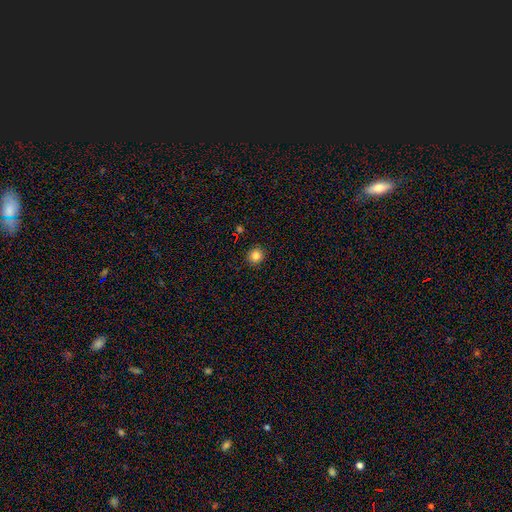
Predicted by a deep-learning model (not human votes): smooth_or_featured: smooth (p=0.83) [alt: star or artifact p=0.12]
how_rounded: round (p=0.90) [alt: in between p=0.09]
merging: none (p=0.91) [alt: minor disturbance p=0.06]